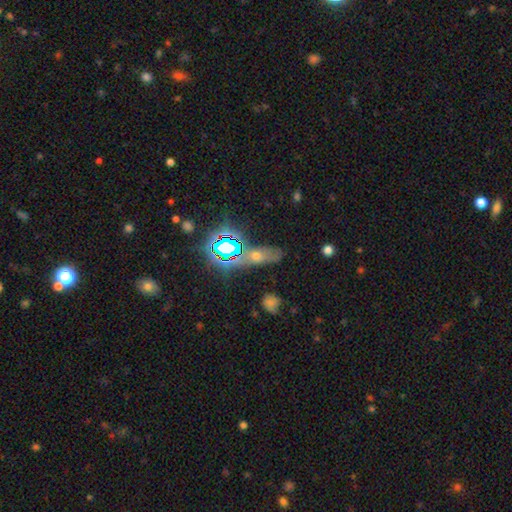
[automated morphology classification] Overall: star or artifact (49%; smooth 33%).